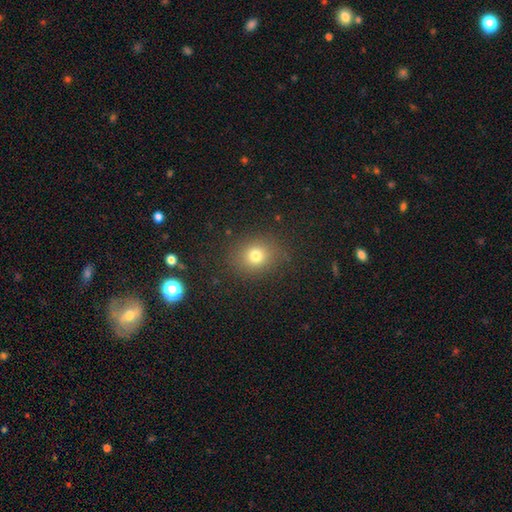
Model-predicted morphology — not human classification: Smooth or featured? smooth (76%)
How rounded? round (70%)
Merging? none (85%)